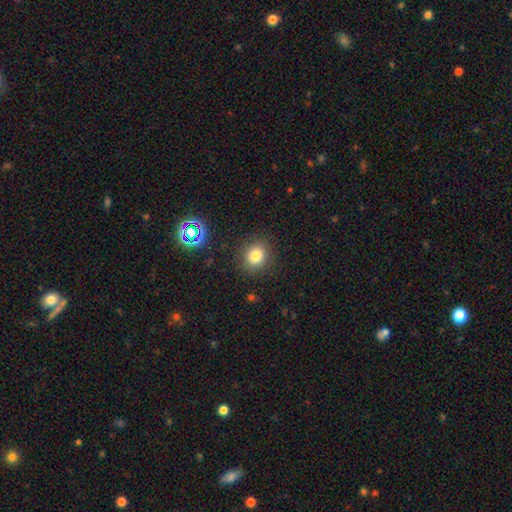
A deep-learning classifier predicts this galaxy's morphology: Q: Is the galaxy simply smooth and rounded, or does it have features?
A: smooth — 79%.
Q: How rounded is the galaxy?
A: round — 77%.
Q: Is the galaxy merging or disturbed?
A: none — 88%.